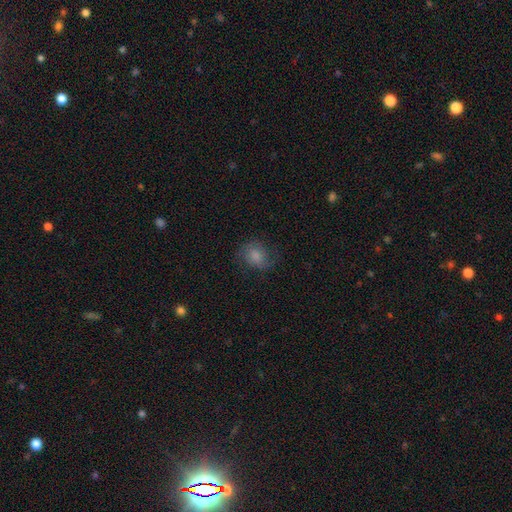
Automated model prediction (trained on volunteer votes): smooth-or-featured: smooth: 55% | featured or disk: 34% | star or artifact: 11%
  how-rounded: round: 63% | in between: 36% | cigar-shaped: 1%
  merging: none: 69% | minor disturbance: 20% | major disturbance: 11% | merger: 1%